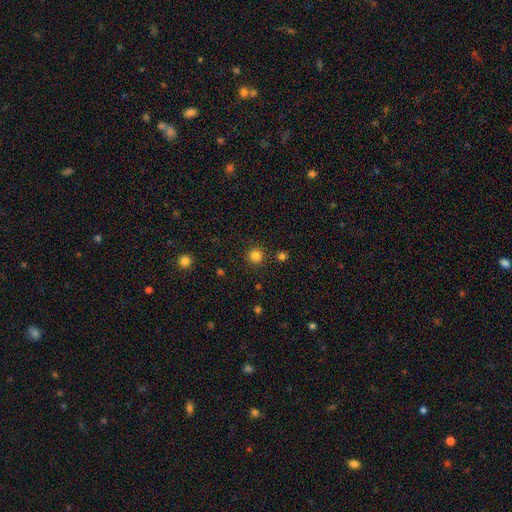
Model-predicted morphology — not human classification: The model was most divided on "smooth or featured": smooth: 83%, star or artifact: 13%, featured or disk: 4%. More confident: how rounded — round (95%); merging — none (89%).